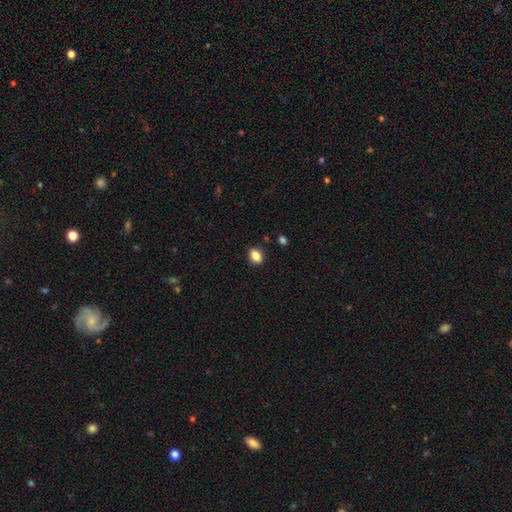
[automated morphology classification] This is clearly a smooth galaxy (86%). How rounded: likely in between (67%). Merging: clearly none (88%).